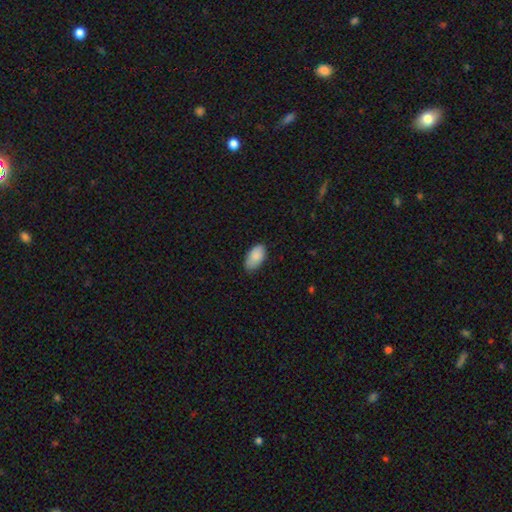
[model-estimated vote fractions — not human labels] A smooth galaxy with no disk features (87%) that is in between round and cigar-shaped (95%).

Vote fractions:
- Smooth or featured? smooth: 87% / star or artifact: 7% / featured or disk: 6%
- How rounded? in between: 95% / round: 3% / cigar-shaped: 2%
- Merging? none: 76% / minor disturbance: 20% / major disturbance: 3% / merger: 1%